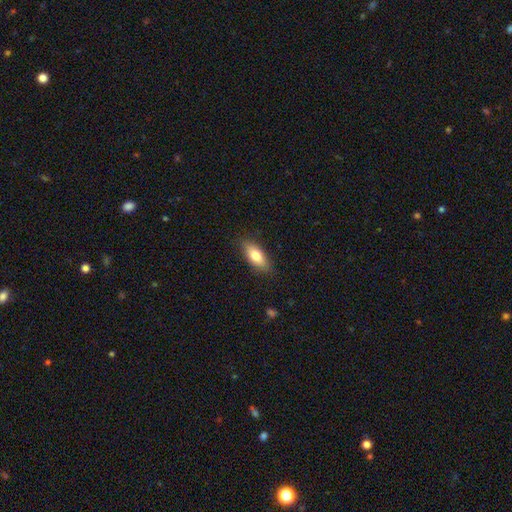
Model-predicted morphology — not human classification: Q: Smooth or featured?
A: smooth (78%); runner-up: featured or disk (16%)
Q: How rounded?
A: in between (79%); runner-up: cigar-shaped (18%)
Q: Merging?
A: none (85%); runner-up: minor disturbance (12%)